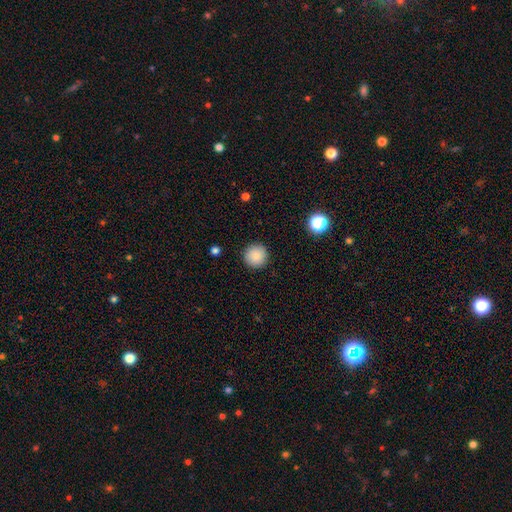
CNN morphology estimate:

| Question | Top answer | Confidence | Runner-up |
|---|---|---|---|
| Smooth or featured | smooth | 86% | star or artifact (9%) |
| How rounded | round | 95% | in between (4%) |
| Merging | none | 92% | minor disturbance (5%) |